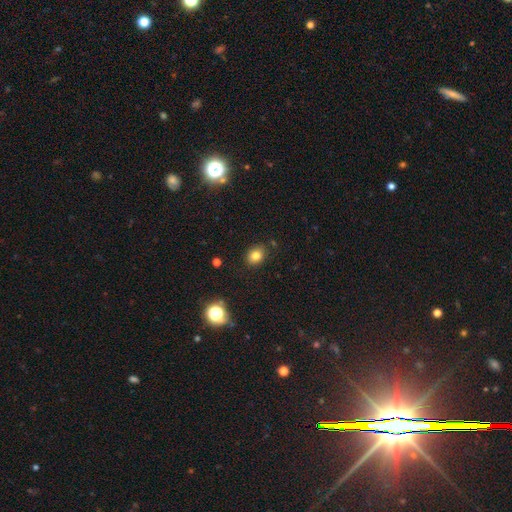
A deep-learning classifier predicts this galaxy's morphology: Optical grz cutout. It shows a smooth galaxy with no disk features (80%) that is round (56%). Merging: none (83%).